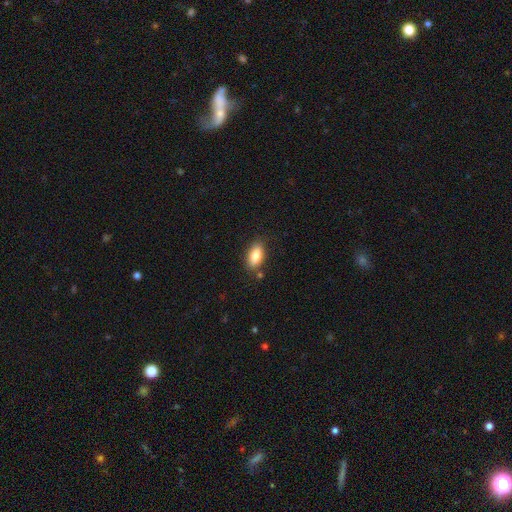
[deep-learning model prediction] This appears to be a smooth galaxy with no disk features (84%) that is in between round and cigar-shaped (89%). Merging: none (81%).